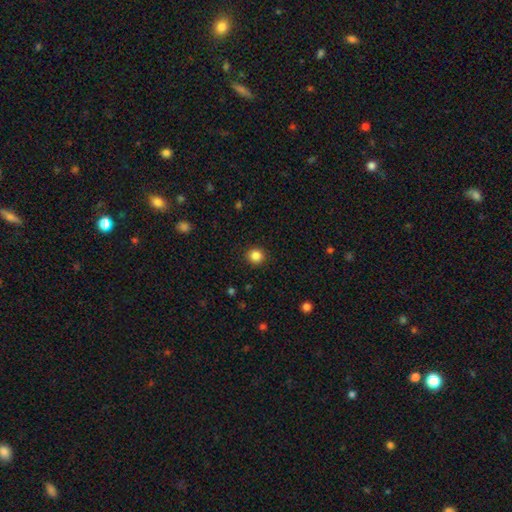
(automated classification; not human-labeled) smooth 85%, star or artifact 11%, featured or disk 3%. Down the decision tree: how rounded — round (90%); merging — none (91%).